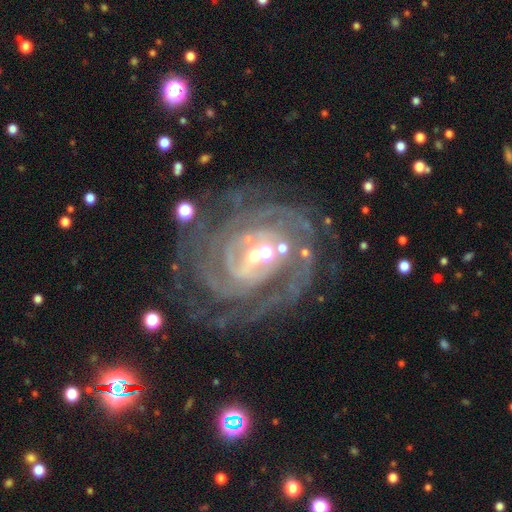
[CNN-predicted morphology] Q: Smooth or featured?
A: featured or disk (89%); runner-up: star or artifact (7%)
Q: Edge-on disk?
A: no (97%); runner-up: yes (3%)
Q: Bar?
A: weak (41%); runner-up: no (31%)
Q: Spiral arms?
A: yes (97%); runner-up: no (3%)
Q: Spiral winding?
A: tight (75%); runner-up: medium (21%)
Q: Spiral arm count?
A: can't tell (24%); runner-up: 2 (22%)
Q: Bulge size?
A: small (55%); runner-up: moderate (34%)
Q: Merging?
A: none (63%); runner-up: minor disturbance (18%)